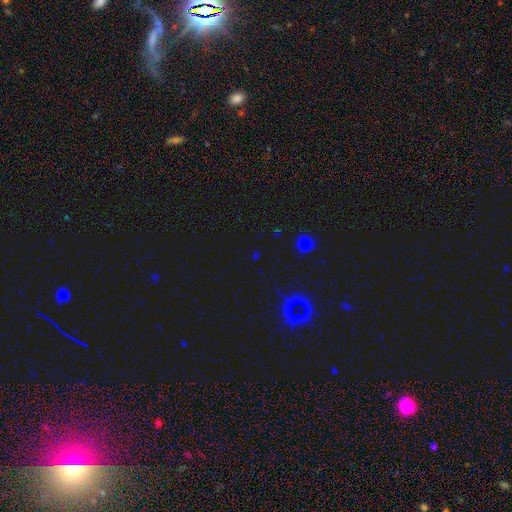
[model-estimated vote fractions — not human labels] Overall: star or artifact (67%).